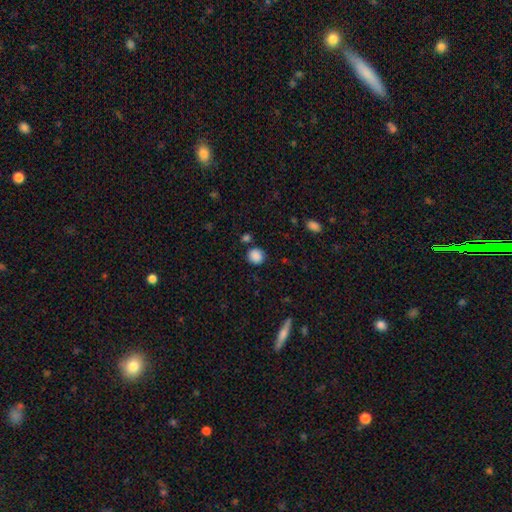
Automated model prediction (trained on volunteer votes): Overall: smooth (87%). How rounded: round (87%). Merging: none (80%).